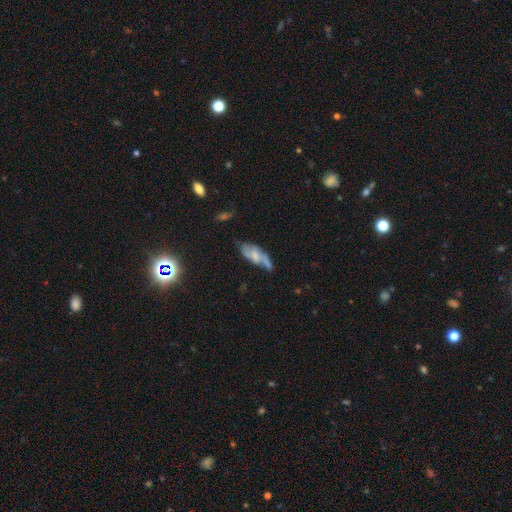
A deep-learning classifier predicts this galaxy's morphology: Overall: featured or disk (51%; smooth 39%). Edge-on disk: no (81%). Merging: none (40%; minor disturbance 29%).